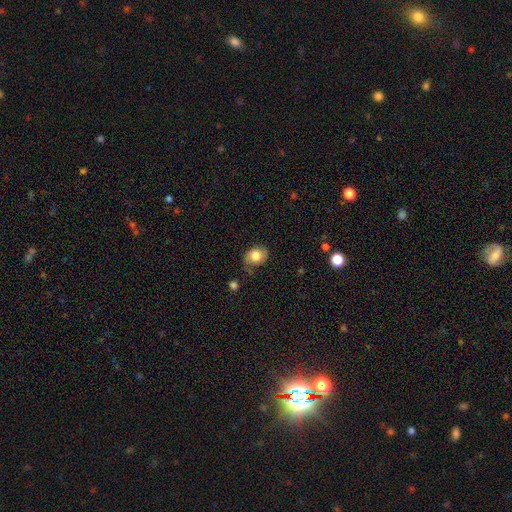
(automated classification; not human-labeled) This appears to be a smooth galaxy with no disk features (78%) that is in between round and cigar-shaped (57%). Merging: none (64%).